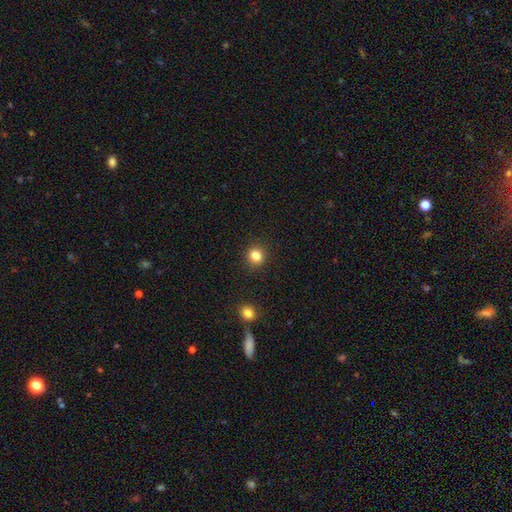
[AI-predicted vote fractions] This is clearly a smooth galaxy (83%). How rounded: clearly round (89%). Merging: clearly none (91%).